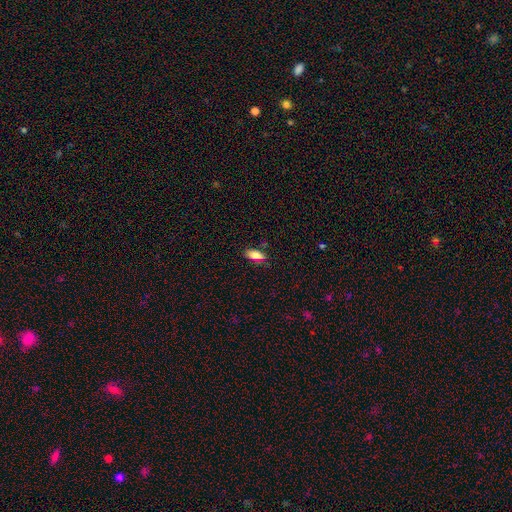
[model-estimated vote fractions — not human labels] smooth_or_featured: smooth (p=0.78) [alt: featured or disk p=0.11]
how_rounded: in between (p=0.82) [alt: cigar-shaped p=0.14]
merging: none (p=0.81) [alt: minor disturbance p=0.13]